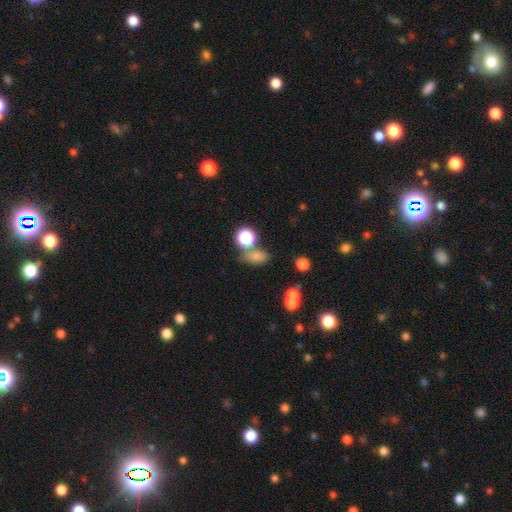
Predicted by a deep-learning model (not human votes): Overall: smooth (72%). How rounded: in between (68%). Merging: none (57%; merger 20%).